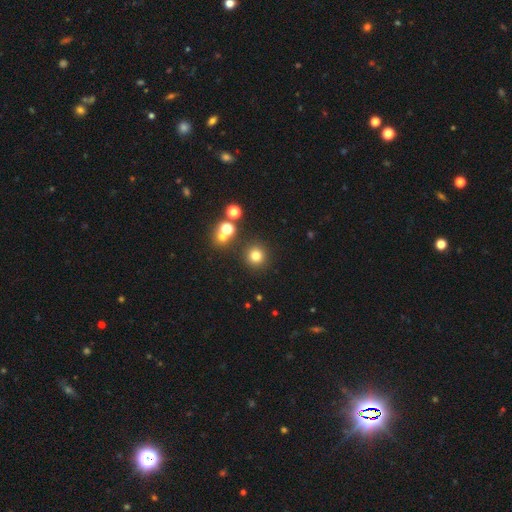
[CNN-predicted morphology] Smooth or featured?
  - smooth: 77% *
  - star or artifact: 17%
  - featured or disk: 6%
How rounded?
  - round: 94% *
  - in between: 5%
  - cigar-shaped: 1%
Merging?
  - none: 86% *
  - minor disturbance: 6%
  - merger: 5%
  - major disturbance: 3%